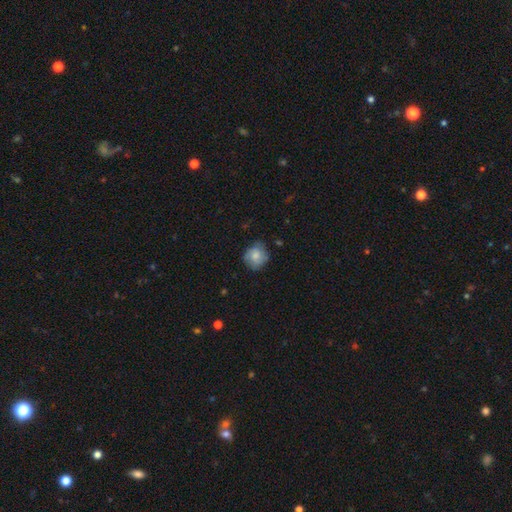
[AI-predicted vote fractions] Smooth or featured: smooth — 68% (featured or disk — 24%)
How rounded: round — 79% (in between — 20%)
Merging: none — 73% (minor disturbance — 21%)